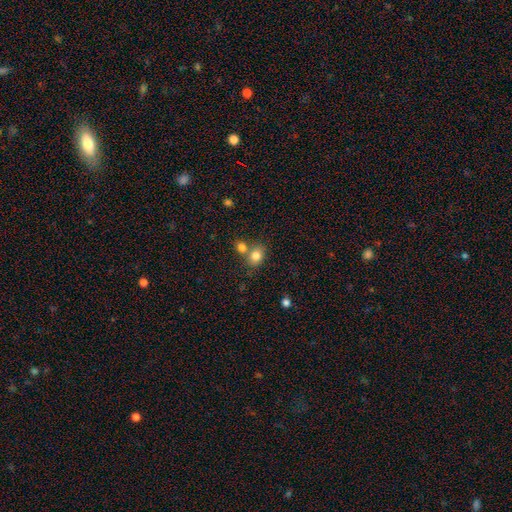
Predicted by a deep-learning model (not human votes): This appears to be a smooth galaxy with no disk features (81%) that is round (58%). Merging: none (51%).